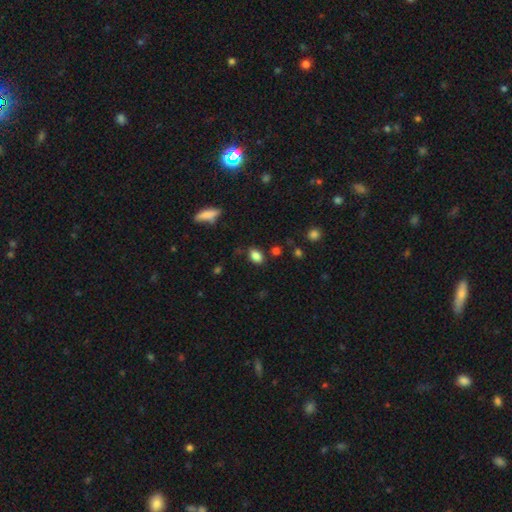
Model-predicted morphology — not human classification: Overall: smooth (85%). How rounded: in between (83%). Merging: none (80%).